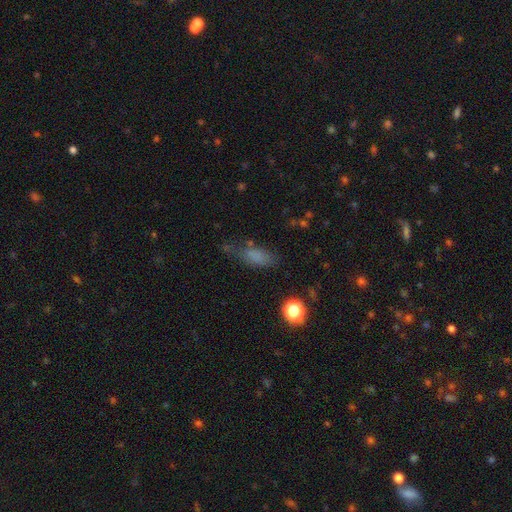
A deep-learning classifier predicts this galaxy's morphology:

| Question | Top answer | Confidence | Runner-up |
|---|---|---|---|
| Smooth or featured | smooth | 71% | star or artifact (17%) |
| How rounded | in between | 67% | cigar-shaped (26%) |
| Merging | none | 53% | minor disturbance (26%) |